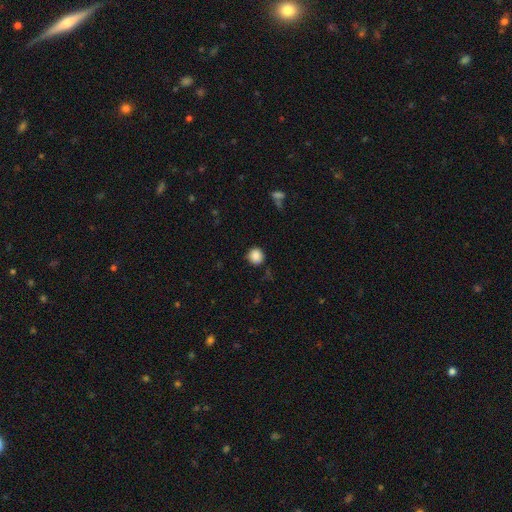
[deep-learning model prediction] Morphology: type=smooth (87%); roundness=round (91%); merging=none (84%).